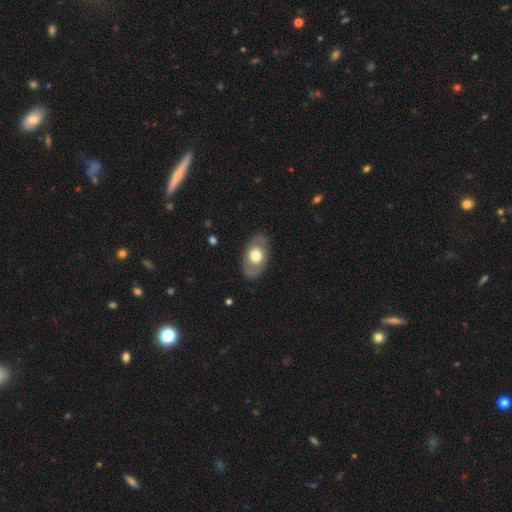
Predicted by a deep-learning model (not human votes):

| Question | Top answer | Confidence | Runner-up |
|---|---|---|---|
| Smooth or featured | smooth | 55% | featured or disk (40%) |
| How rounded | in between | 86% | round (12%) |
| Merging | none | 83% | minor disturbance (12%) |